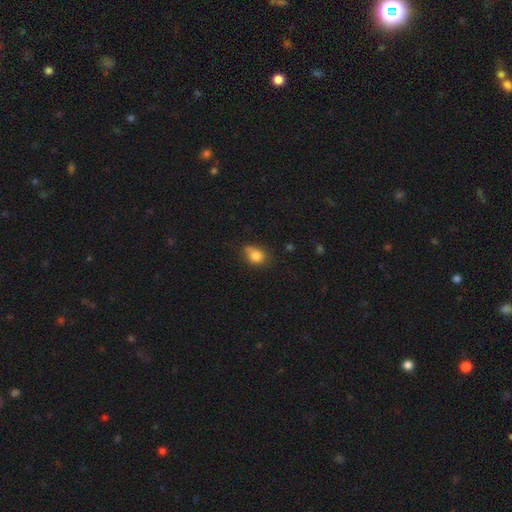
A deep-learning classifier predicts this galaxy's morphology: The model was most divided on "how rounded": round: 50%, in between: 48%, cigar-shaped: 1%. More confident: smooth or featured — smooth (81%); merging — none (55%).